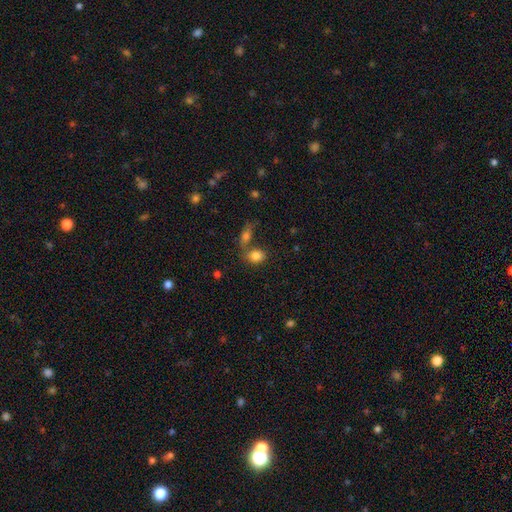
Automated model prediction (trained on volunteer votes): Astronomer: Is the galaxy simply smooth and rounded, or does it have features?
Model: smooth — 82%.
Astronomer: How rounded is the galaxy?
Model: in between — 68%.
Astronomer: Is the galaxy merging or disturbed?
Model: merger — 42% (runner-up: none, 41%).